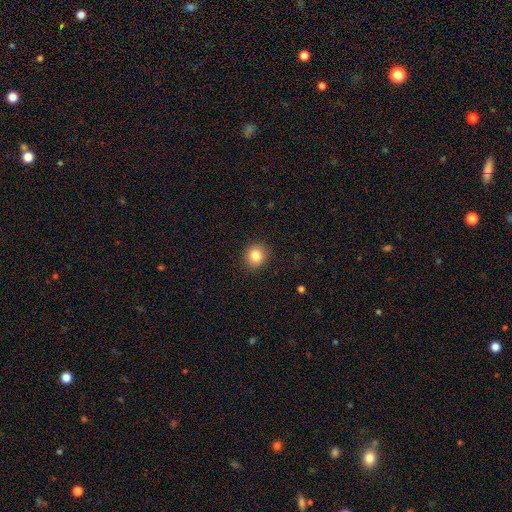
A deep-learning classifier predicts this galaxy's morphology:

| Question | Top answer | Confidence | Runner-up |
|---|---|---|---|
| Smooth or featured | smooth | 84% | star or artifact (10%) |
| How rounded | round | 85% | in between (14%) |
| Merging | none | 90% | minor disturbance (7%) |